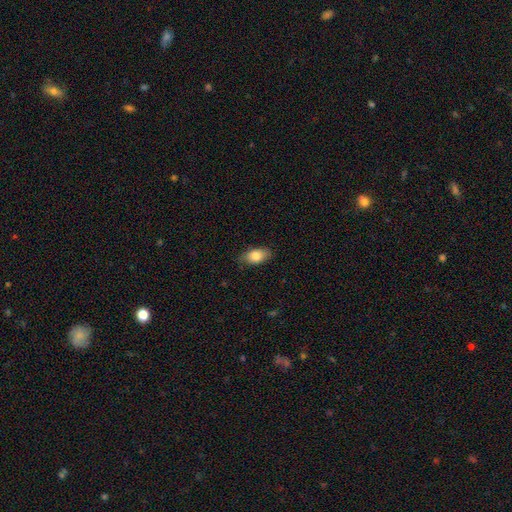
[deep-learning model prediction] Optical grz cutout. It shows a smooth galaxy with no disk features (83%) that is in between round and cigar-shaped (90%). Merging: none (80%).